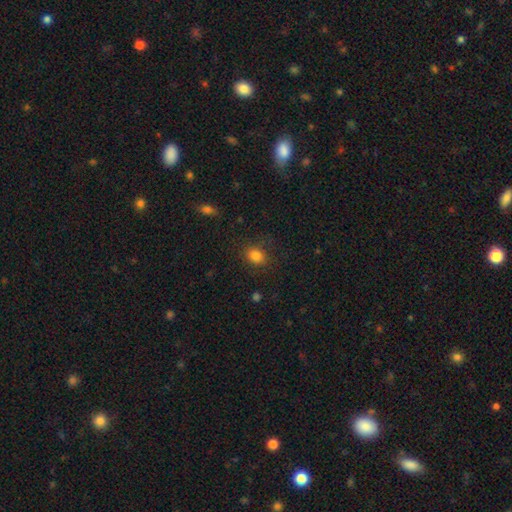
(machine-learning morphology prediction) This appears to be a smooth galaxy with no disk features (83%) that is in between round and cigar-shaped (56%). Merging: none (82%).